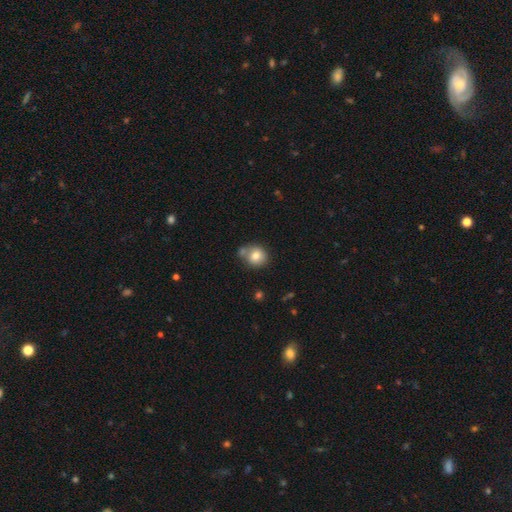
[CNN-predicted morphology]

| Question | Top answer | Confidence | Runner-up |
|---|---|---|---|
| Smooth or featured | smooth | 79% | featured or disk (12%) |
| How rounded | round | 77% | in between (22%) |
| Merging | none | 55% | merger (24%) |